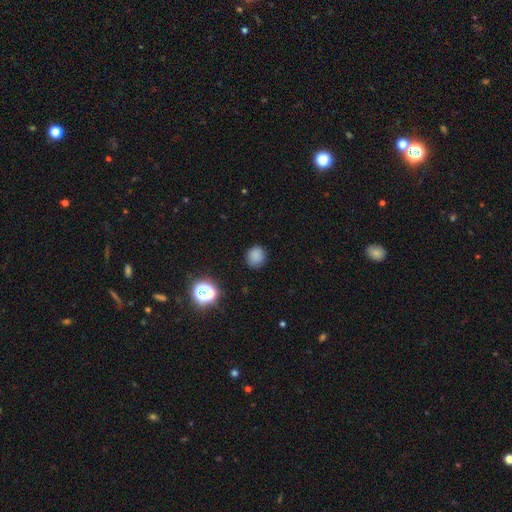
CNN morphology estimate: A smooth galaxy with no disk features (81%) that is round (85%). Merging: none (86%).